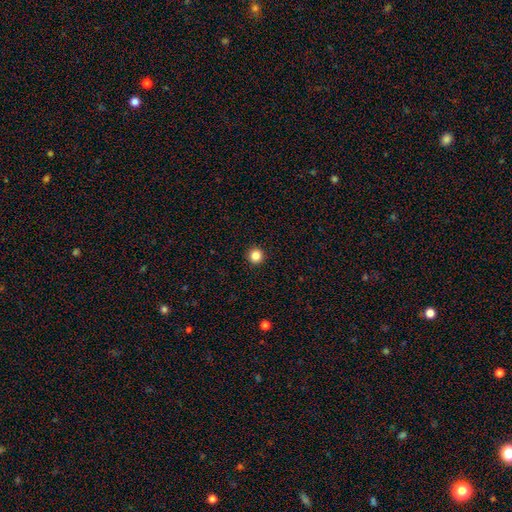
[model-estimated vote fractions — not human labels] smooth_or_featured: smooth (p=0.85) [alt: star or artifact p=0.12]
how_rounded: round (p=0.96) [alt: in between p=0.03]
merging: none (p=0.94) [alt: minor disturbance p=0.04]